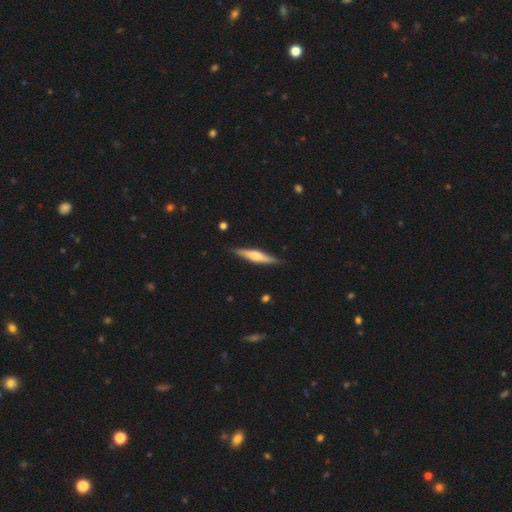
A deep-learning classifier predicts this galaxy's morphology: This is possibly a featured or disk galaxy (55%). It is clearly viewed edge-on (96%). Edge-on bulge: clearly rounded (83%). Merging: clearly none (88%).